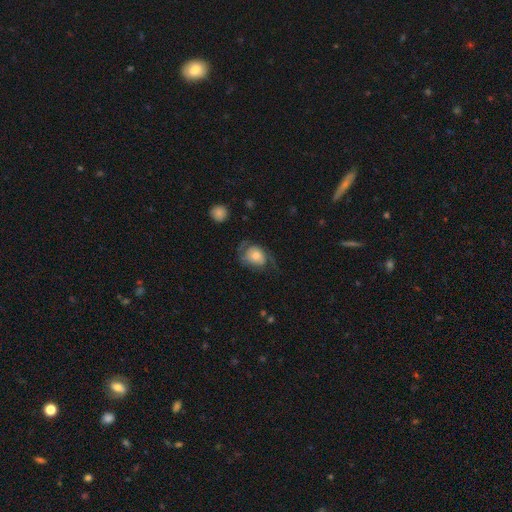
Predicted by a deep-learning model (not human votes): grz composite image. It shows a featured or disk galaxy (49%). Merging: none (47%).